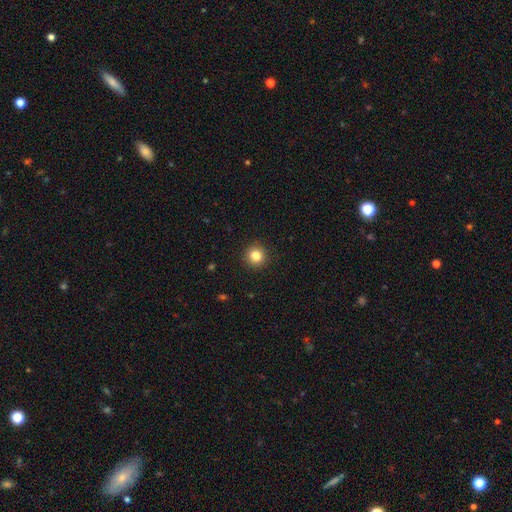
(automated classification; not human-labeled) This is clearly a smooth galaxy (83%). How rounded: clearly round (95%). Merging: clearly none (93%).